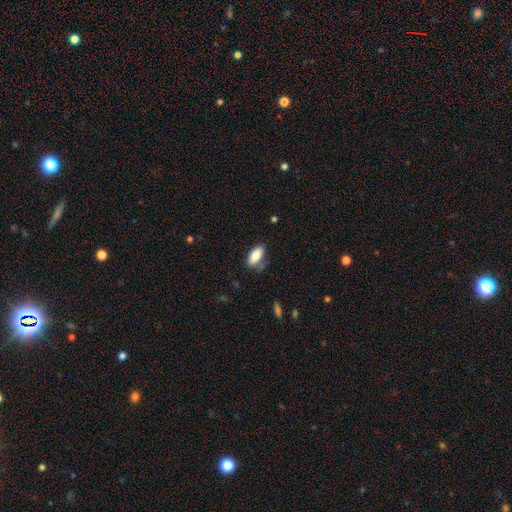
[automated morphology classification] Smooth or featured? Predicted: smooth (p=0.83). How rounded? Predicted: in between (p=0.90). Merging? Predicted: none (p=0.69).